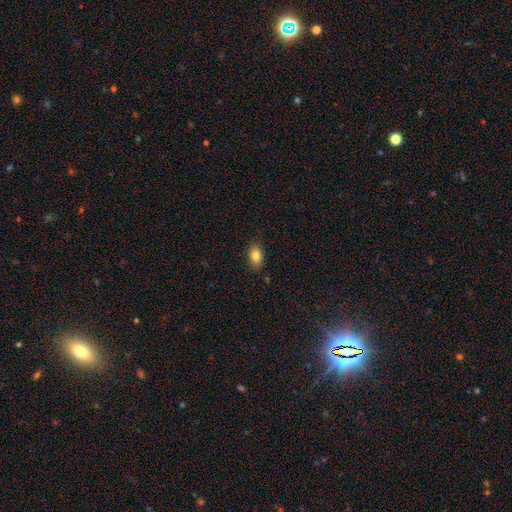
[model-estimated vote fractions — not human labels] smooth 83%, featured or disk 9%, star or artifact 9%. Down the decision tree: how rounded — in between (86%); merging — none (84%).